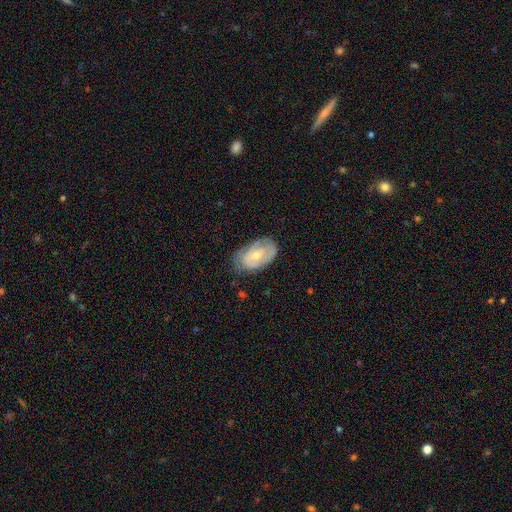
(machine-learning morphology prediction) smooth_or_featured: featured or disk (p=0.51) [alt: smooth p=0.42]
disk_edge_on: no (p=0.94) [alt: yes p=0.06]
merging: none (p=0.60) [alt: minor disturbance p=0.30]